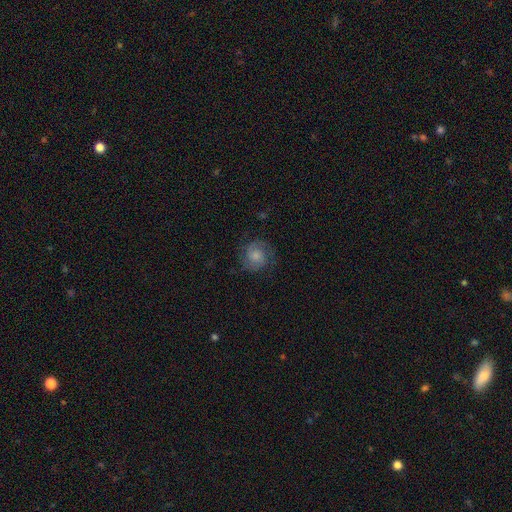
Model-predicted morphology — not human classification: This appears to be a featured or disk galaxy (63%) with no bar (70%), 2 (85%) medium (44%) spiral arms (94%) and a moderate central bulge (33%, tied with small). Merging: none (77%).